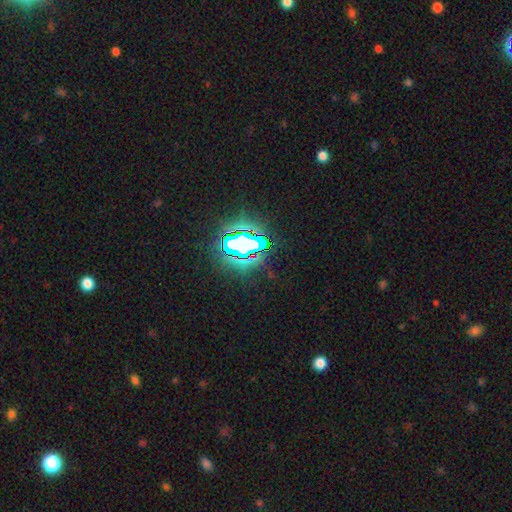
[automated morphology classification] type=star or artifact (71%).